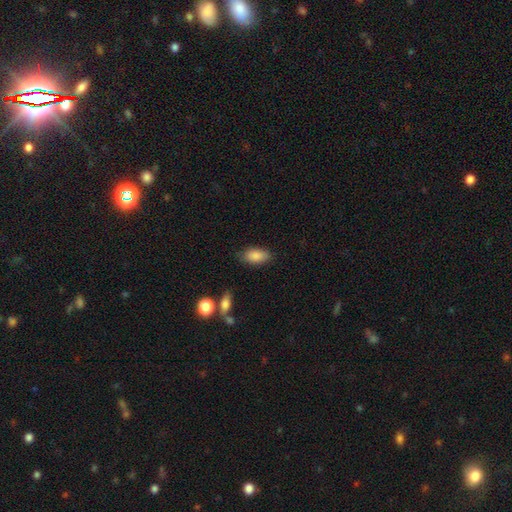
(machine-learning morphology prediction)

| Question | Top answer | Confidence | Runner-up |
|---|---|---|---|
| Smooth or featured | smooth | 86% | star or artifact (7%) |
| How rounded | in between | 91% | cigar-shaped (5%) |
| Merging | none | 81% | minor disturbance (14%) |